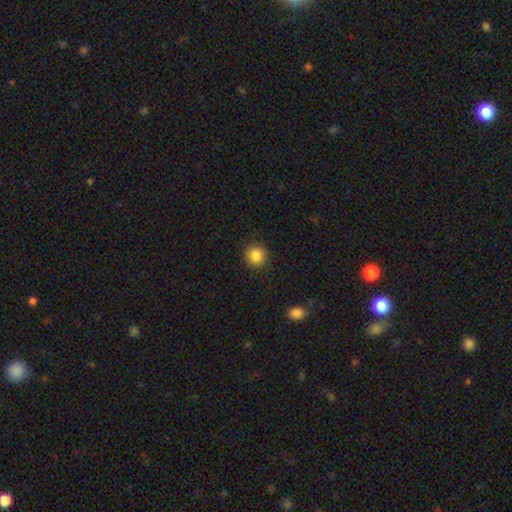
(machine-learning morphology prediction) smooth 86%, star or artifact 10%, featured or disk 4%. Down the decision tree: how rounded — round (92%); merging — none (90%).